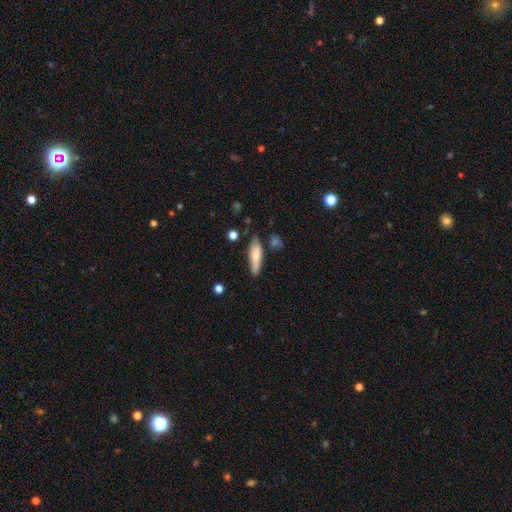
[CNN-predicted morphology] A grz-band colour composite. It shows a smooth galaxy with no disk features (68%) that is cigar-shaped (59%). Merging: none (70%).